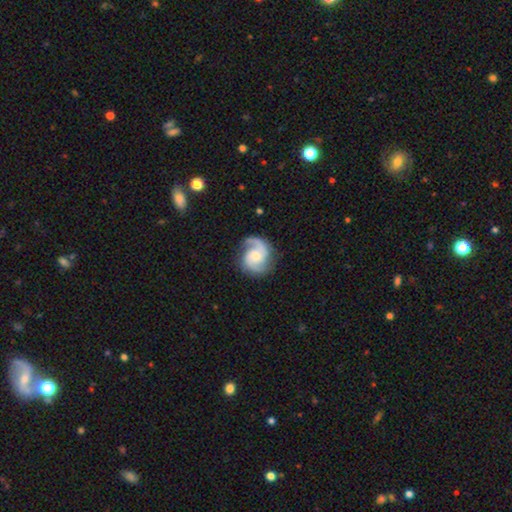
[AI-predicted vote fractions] featured or disk 86%, smooth 9%, star or artifact 5%. Down the decision tree: edge-on disk — no (98%); bar — no (58%); spiral arms — yes (98%); spiral arm count — 2 (85%); spiral winding — medium (53%); bulge size — moderate (48%); merging — none (75%).